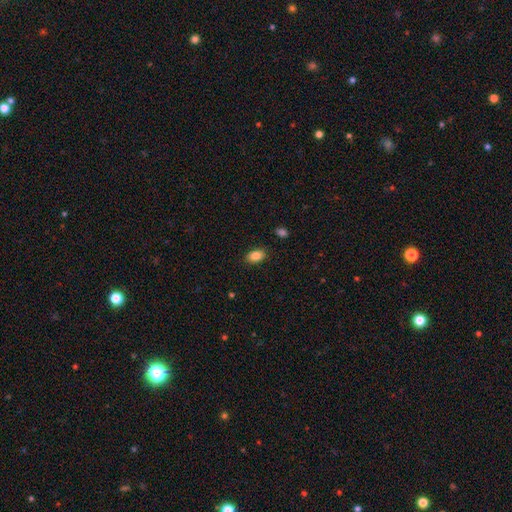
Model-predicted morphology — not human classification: Smooth or featured?
  - smooth: 86% *
  - star or artifact: 9%
  - featured or disk: 5%
How rounded?
  - in between: 85% *
  - round: 13%
  - cigar-shaped: 1%
Merging?
  - none: 87% *
  - minor disturbance: 10%
  - major disturbance: 2%
  - merger: 1%